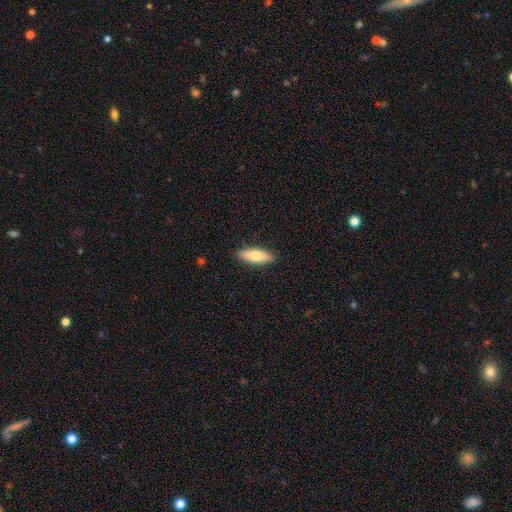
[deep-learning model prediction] A smooth galaxy with no disk features (72%) that is in between round and cigar-shaped (57%). Merging: none (89%).